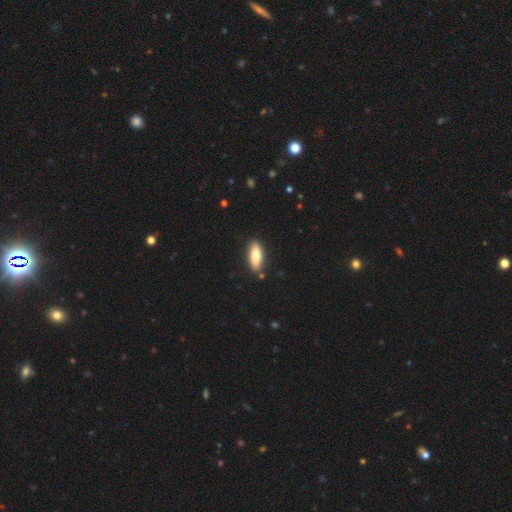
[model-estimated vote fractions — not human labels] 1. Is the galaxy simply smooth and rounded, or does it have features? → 81% smooth, 13% featured or disk, 6% star or artifact.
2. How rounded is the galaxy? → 65% in between, 33% cigar-shaped, 2% round.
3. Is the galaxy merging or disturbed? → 87% none, 9% minor disturbance, 2% merger, 2% major disturbance.